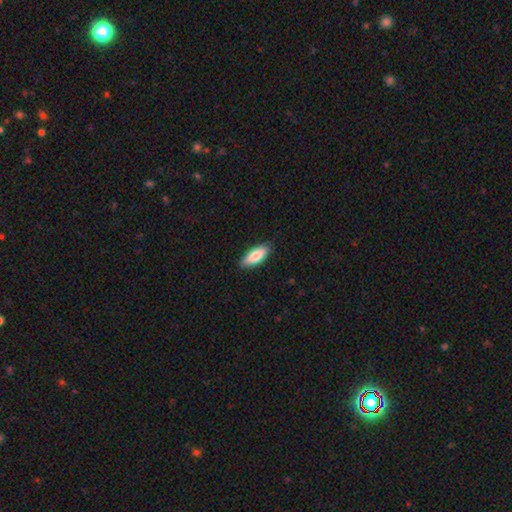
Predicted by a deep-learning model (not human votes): Smooth or featured?
  - smooth: 82% *
  - featured or disk: 13%
  - star or artifact: 6%
How rounded?
  - in between: 73% *
  - cigar-shaped: 25%
  - round: 2%
Merging?
  - none: 88% *
  - minor disturbance: 10%
  - major disturbance: 2%
  - merger: 1%